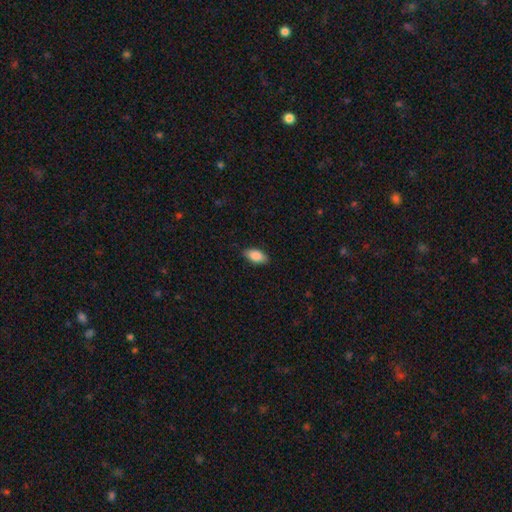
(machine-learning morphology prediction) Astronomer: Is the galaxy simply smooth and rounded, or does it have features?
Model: smooth — 86%.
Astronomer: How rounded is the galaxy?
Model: in between — 90%.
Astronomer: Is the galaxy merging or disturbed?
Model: none — 87%.